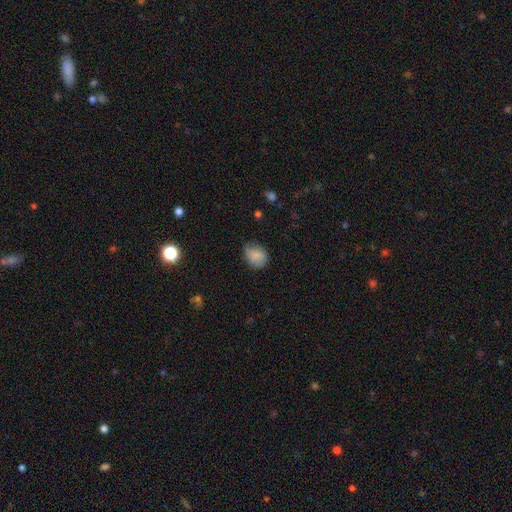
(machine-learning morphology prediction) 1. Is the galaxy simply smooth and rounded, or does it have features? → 81% smooth, 11% featured or disk, 8% star or artifact.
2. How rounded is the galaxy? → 53% round, 46% in between, 1% cigar-shaped.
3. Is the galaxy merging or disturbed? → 71% none, 23% minor disturbance, 5% major disturbance, 1% merger.